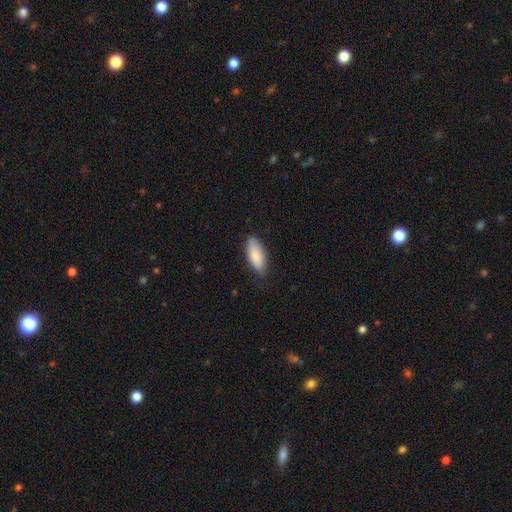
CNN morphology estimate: type=smooth (86%); roundness=in between (79%); merging=none (83%).